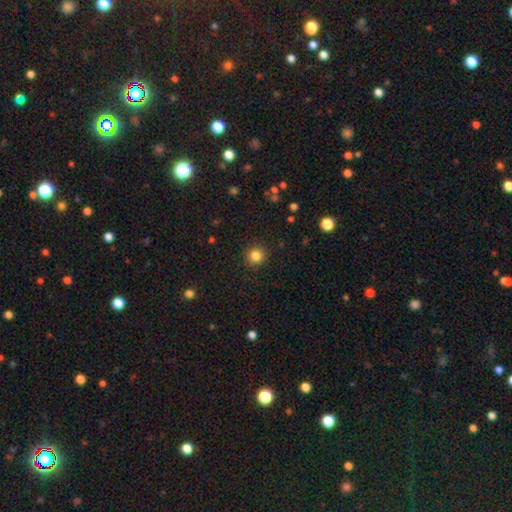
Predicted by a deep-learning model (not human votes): smooth 84%, star or artifact 12%, featured or disk 5%. Down the decision tree: how rounded — round (94%); merging — none (91%).